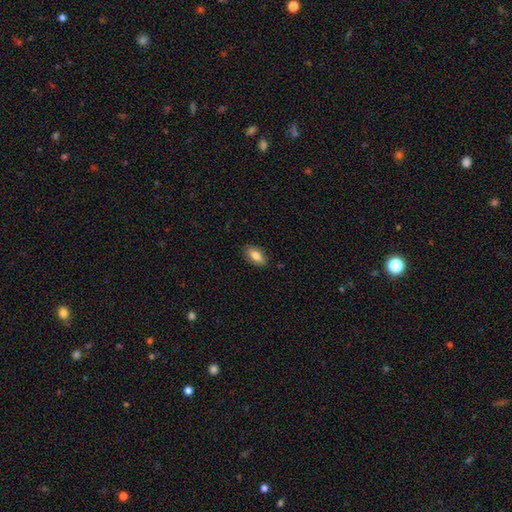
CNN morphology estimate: A smooth galaxy with no disk features (81%) that is in between round and cigar-shaped (88%). Merging: none (85%).